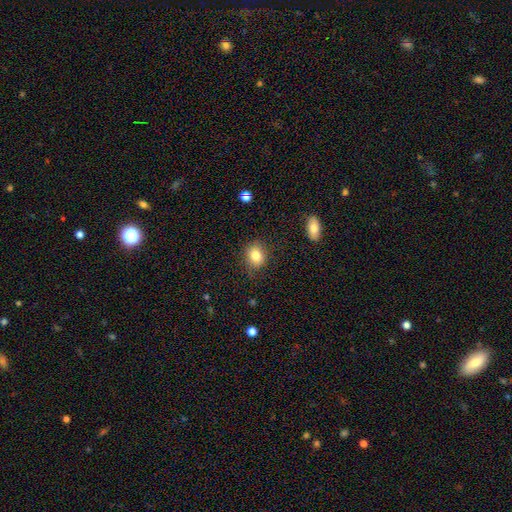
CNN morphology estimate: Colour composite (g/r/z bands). It shows a smooth galaxy with no disk features (82%) that is round (54%). Merging: none (79%).